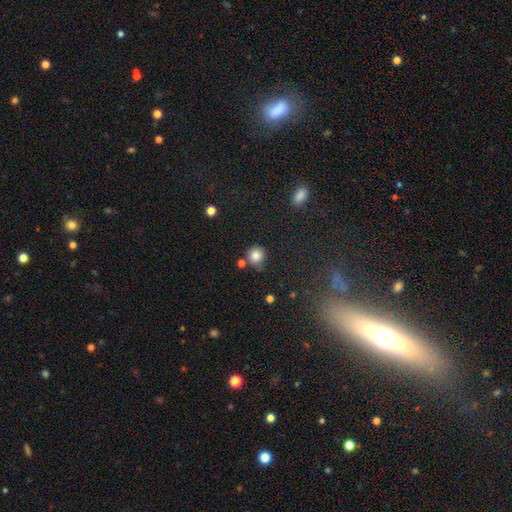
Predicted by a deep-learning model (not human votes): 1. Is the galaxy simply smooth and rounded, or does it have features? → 82% smooth, 11% star or artifact, 7% featured or disk.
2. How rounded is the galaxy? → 90% round, 9% in between, 1% cigar-shaped.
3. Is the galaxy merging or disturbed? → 71% none, 15% minor disturbance, 10% merger, 4% major disturbance.